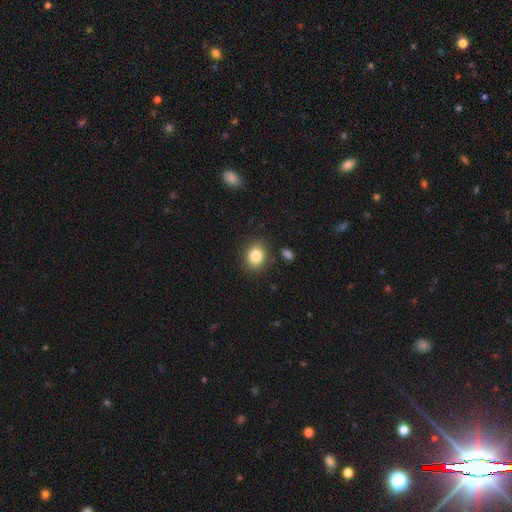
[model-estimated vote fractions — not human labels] Smooth or featured? smooth (84%)
How rounded? round (63%)
Merging? none (85%)